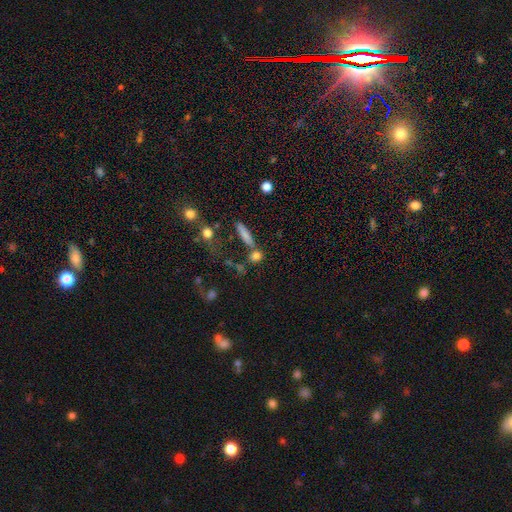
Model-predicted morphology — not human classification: Overall: smooth (77%). How rounded: round (58%; in between 24%). Merging: none (62%; merger 23%).